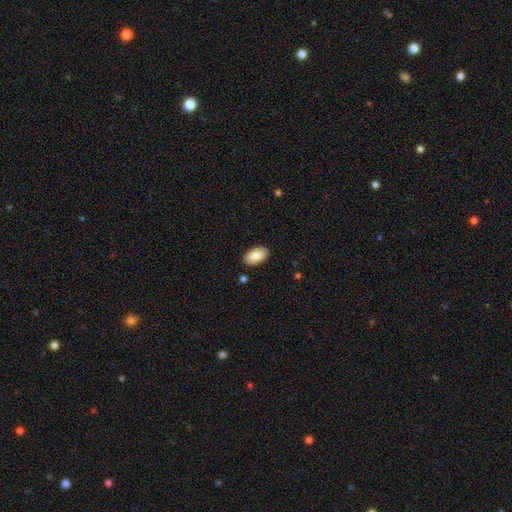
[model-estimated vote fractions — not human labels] smooth-or-featured: smooth: 86% | featured or disk: 8% | star or artifact: 6%
  how-rounded: in between: 95% | round: 3% | cigar-shaped: 2%
  merging: none: 88% | minor disturbance: 8% | major disturbance: 2% | merger: 2%